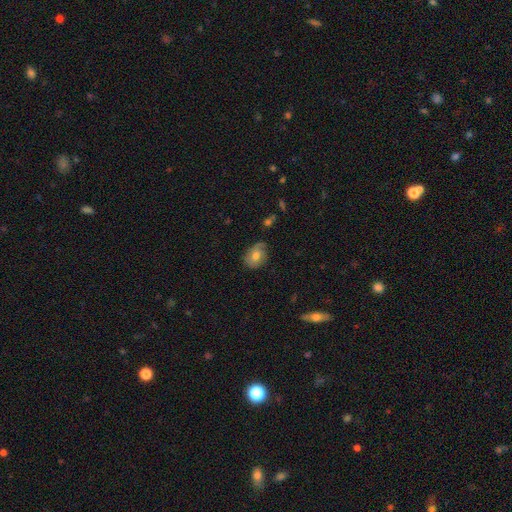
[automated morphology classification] A smooth galaxy with no disk features (60%) that is in between round and cigar-shaped (54%).

Vote fractions:
- Smooth or featured? smooth: 60% / featured or disk: 31% / star or artifact: 9%
- How rounded? in between: 54% / round: 45% / cigar-shaped: 1%
- Merging? none: 60% / minor disturbance: 30% / major disturbance: 8% / merger: 2%